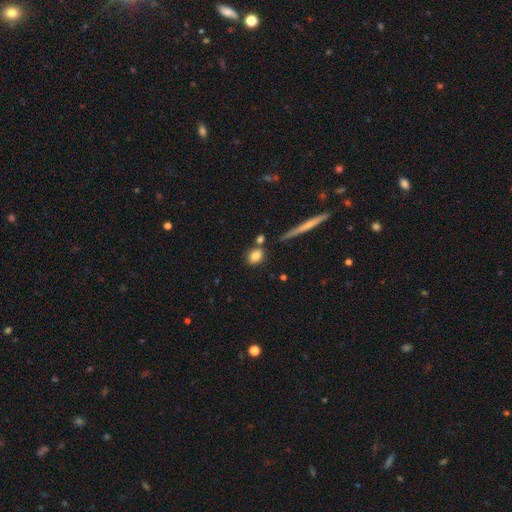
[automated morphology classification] Smooth or featured: smooth — 82% (featured or disk — 9%)
How rounded: round — 48% (in between — 47%)
Merging: none — 72% (merger — 13%)